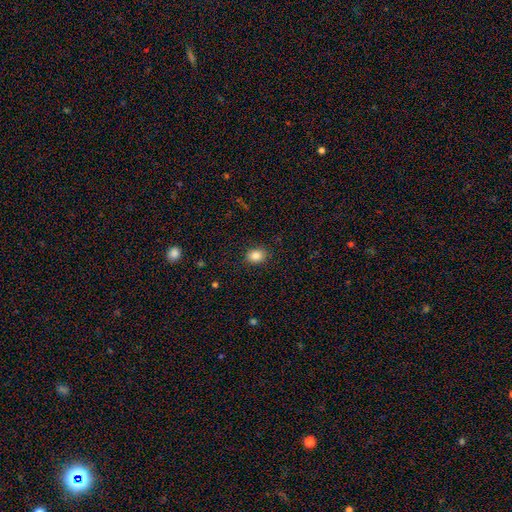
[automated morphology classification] A smooth galaxy with no disk features (85%) that is in between round and cigar-shaped (58%).

Vote fractions:
- Smooth or featured? smooth: 85% / star or artifact: 10% / featured or disk: 5%
- How rounded? in between: 58% / round: 41% / cigar-shaped: 1%
- Merging? none: 87% / minor disturbance: 9% / major disturbance: 2% / merger: 1%